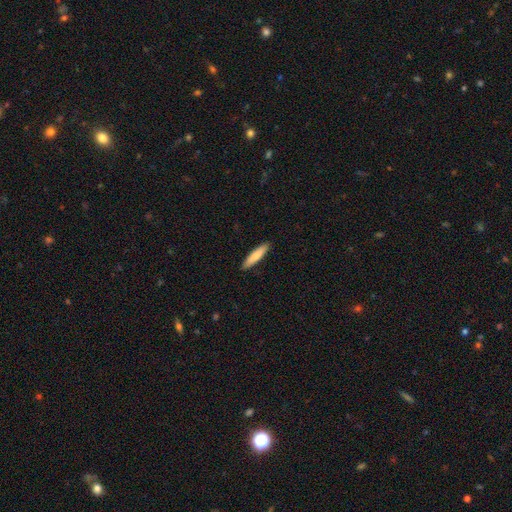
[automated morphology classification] A smooth galaxy with no disk features (78%) that is cigar-shaped (85%).

Vote fractions:
- Smooth or featured? smooth: 78% / featured or disk: 17% / star or artifact: 5%
- How rounded? cigar-shaped: 85% / in between: 14% / round: 1%
- Merging? none: 91% / minor disturbance: 7% / major disturbance: 1% / merger: 1%